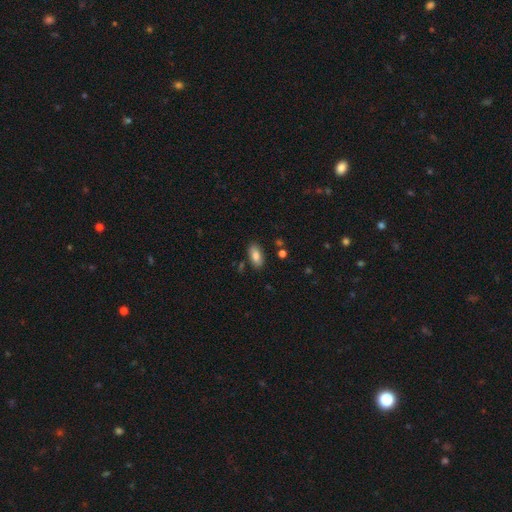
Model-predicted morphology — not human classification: This appears to be a smooth galaxy with no disk features (82%) that is in between round and cigar-shaped (91%). Merging: none (84%).